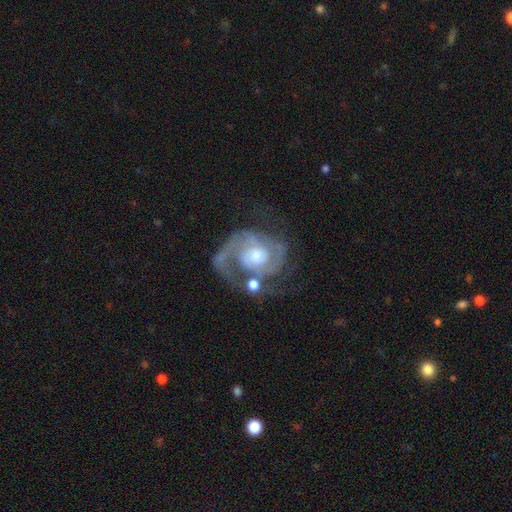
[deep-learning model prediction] featured or disk 89%, smooth 6%, star or artifact 5%. Down the decision tree: edge-on disk — no (98%); bar — no (70%); spiral arms — yes (96%); spiral arm count — 2 (63%); spiral winding — tight (46%); bulge size — moderate (54%); merging — none (50%).